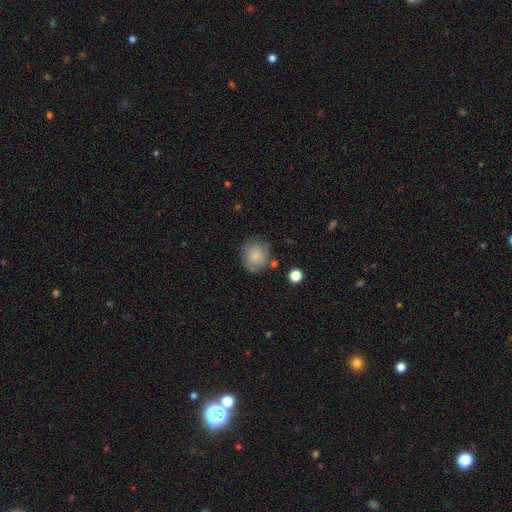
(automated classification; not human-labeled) A smooth galaxy with no disk features (78%) that is round (85%).

Vote fractions:
- Smooth or featured? smooth: 78% / featured or disk: 13% / star or artifact: 8%
- How rounded? round: 85% / in between: 14% / cigar-shaped: 1%
- Merging? none: 73% / minor disturbance: 16% / major disturbance: 5% / merger: 5%